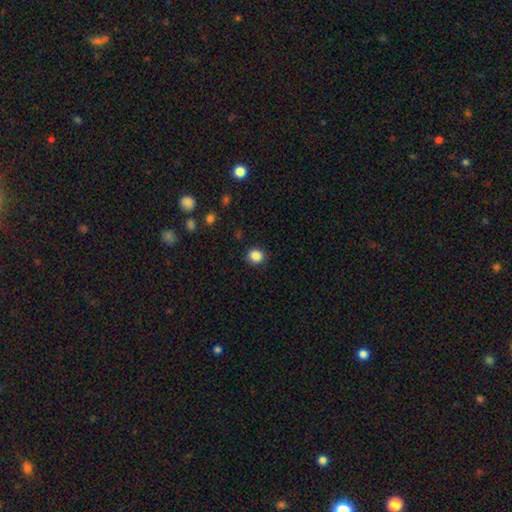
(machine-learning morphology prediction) Smooth or featured?
  - smooth: 86% *
  - star or artifact: 10%
  - featured or disk: 4%
How rounded?
  - round: 82% *
  - in between: 17%
  - cigar-shaped: 1%
Merging?
  - none: 89% *
  - minor disturbance: 7%
  - major disturbance: 2%
  - merger: 1%